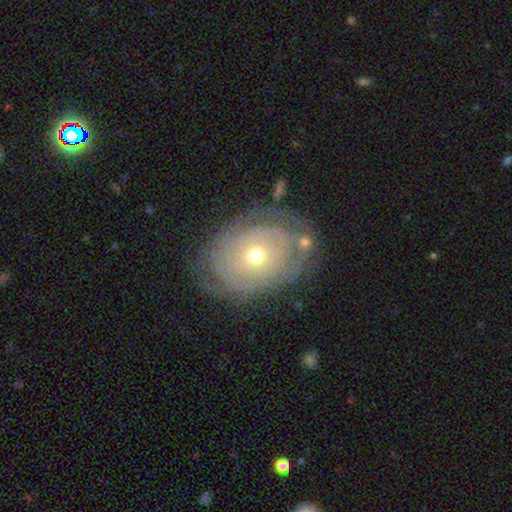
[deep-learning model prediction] This is likely a featured or disk galaxy (76%). It is clearly not viewed edge-on (95%). Bar: clearly no (84%). Spiral arm pattern: clearly yes (81%). Spiral arm count: possibly can't tell (48%). Spiral winding: clearly tight (80%). Central bulge: possibly moderate (49%). Merging: likely none (70%).